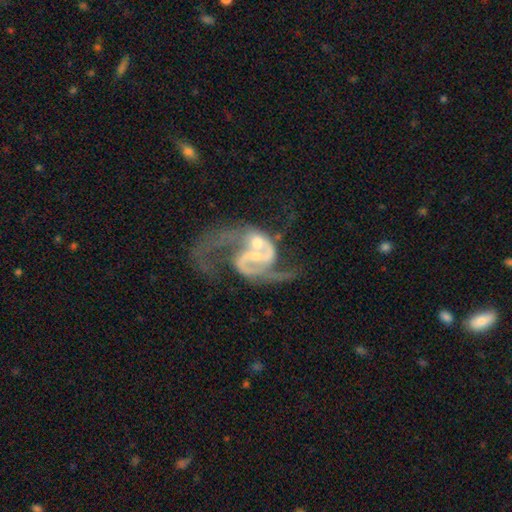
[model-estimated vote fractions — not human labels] smooth-or-featured: featured or disk: 89% | star or artifact: 6% | smooth: 5%
  disk-edge-on: no: 98% | yes: 2%
    bar: weak: 44% | no: 36% | strong: 20%
    has-spiral-arms: yes: 95% | no: 5%
      spiral-winding: medium: 46% | loose: 43% | tight: 12%
      spiral-arm-count: 2: 84% | 1: 5% | can't tell: 5% | 3: 3% | 4: 2% | more than 4: 2%
    bulge-size: small: 48% | moderate: 38% | none: 8% | large: 4% | dominant: 1%
  merging: merger: 35% | none: 30% | major disturbance: 24% | minor disturbance: 11%